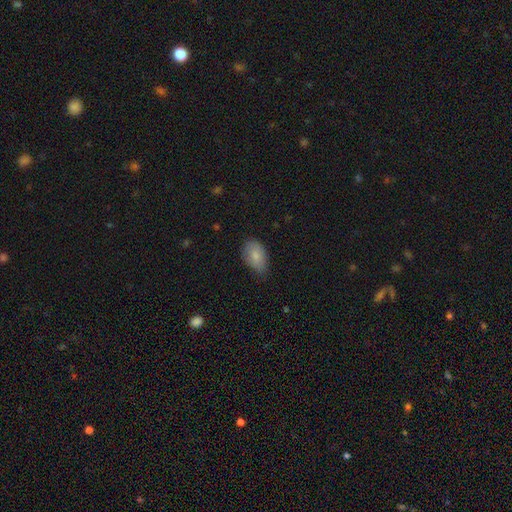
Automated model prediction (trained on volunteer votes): This appears to be a smooth galaxy with no disk features (83%) that is in between round and cigar-shaped (91%). Merging: none (65%).